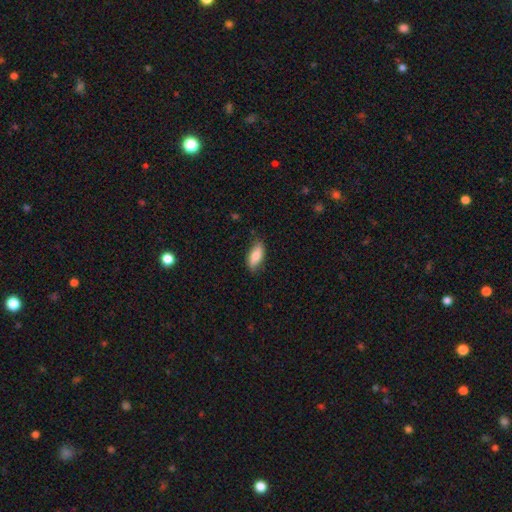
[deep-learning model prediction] Morphology: type=smooth (81%); roundness=in between (84%); merging=none (79%).